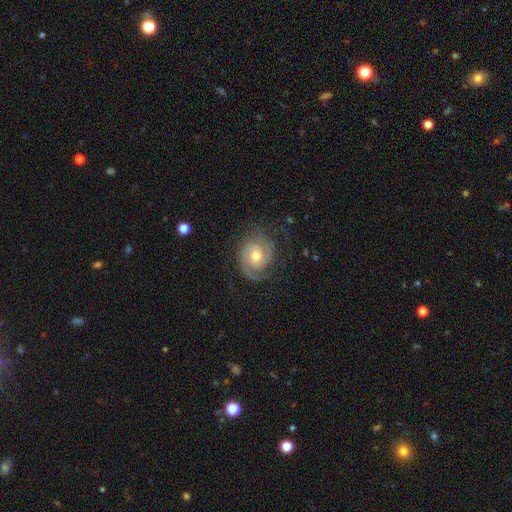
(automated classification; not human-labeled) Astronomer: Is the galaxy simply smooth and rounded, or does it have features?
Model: featured or disk — 81%.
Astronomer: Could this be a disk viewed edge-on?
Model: no — 97%.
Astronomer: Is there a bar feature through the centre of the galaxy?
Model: no — 68%.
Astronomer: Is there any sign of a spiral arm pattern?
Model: yes — 95%.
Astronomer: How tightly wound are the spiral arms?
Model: tight — 56% (runner-up: medium, 33%).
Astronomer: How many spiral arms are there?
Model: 2 — 51%.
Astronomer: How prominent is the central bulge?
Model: moderate — 63%.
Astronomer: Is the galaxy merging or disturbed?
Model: none — 71%.